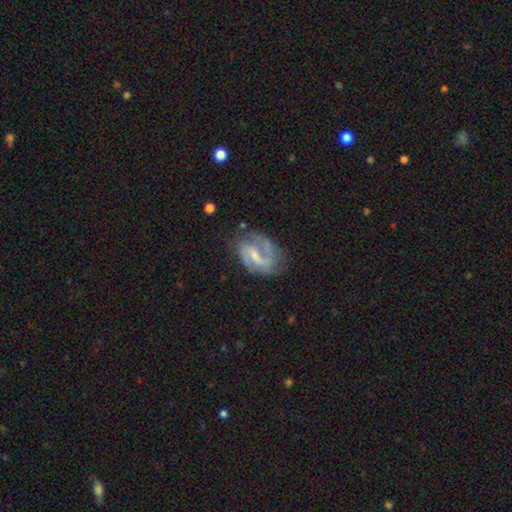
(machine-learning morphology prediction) smooth_or_featured: featured or disk (p=0.82) [alt: smooth p=0.12]
disk_edge_on: no (p=0.97) [alt: yes p=0.03]
bar: weak (p=0.52) [alt: strong p=0.29]
has_spiral_arms: yes (p=0.93) [alt: no p=0.07]
spiral_winding: medium (p=0.50) [alt: loose p=0.26]
spiral_arm_count: 2 (p=0.71) [alt: 1 p=0.17]
bulge_size: small (p=0.55) [alt: moderate p=0.29]
merging: none (p=0.61) [alt: minor disturbance p=0.23]